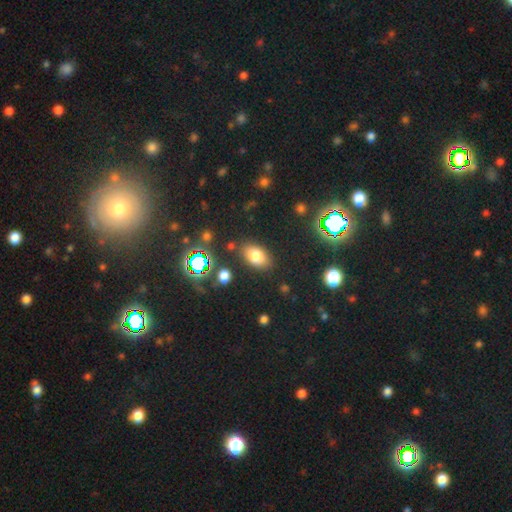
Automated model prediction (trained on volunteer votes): This is likely a smooth galaxy (75%). How rounded: clearly in between (87%). Merging: clearly none (82%).